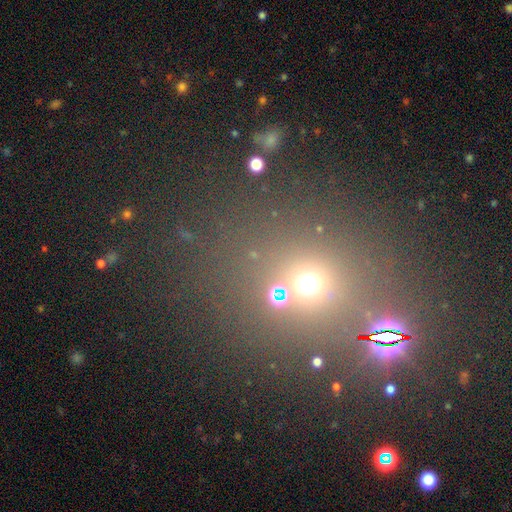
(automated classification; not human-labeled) A star or artifact, not a galaxy (46%).